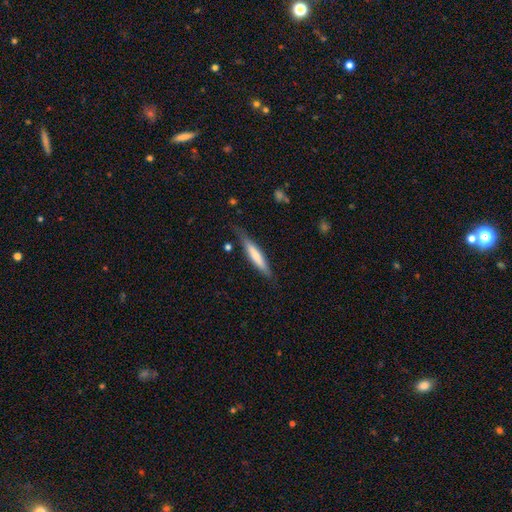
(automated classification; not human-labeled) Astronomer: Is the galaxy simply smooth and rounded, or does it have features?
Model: smooth — 61%.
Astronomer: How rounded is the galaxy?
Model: cigar-shaped — 89%.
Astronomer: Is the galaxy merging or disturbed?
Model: none — 76%.